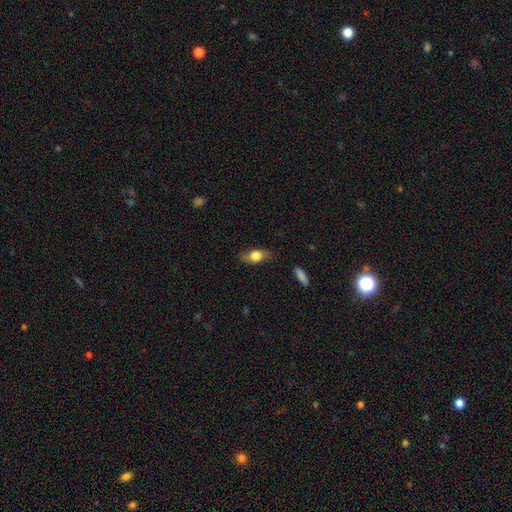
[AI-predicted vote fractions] Overall: smooth (66%; featured or disk 27%). How rounded: in between (76%). Merging: none (74%).